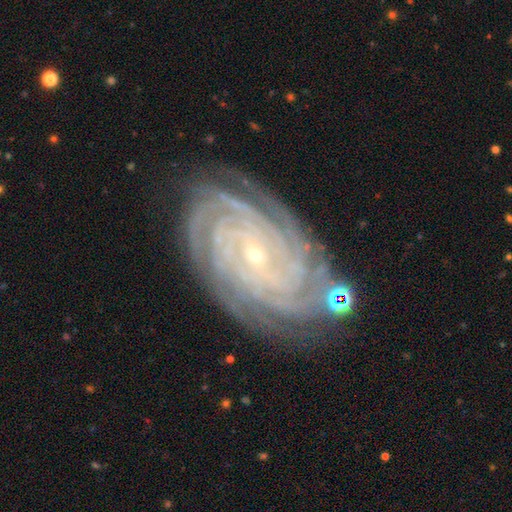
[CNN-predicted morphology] Overall: featured or disk (91%). Edge-on disk: no (97%). Bar: no (59%; weak 27%). Spiral arms: yes (99%). Spiral arm count: more than 4 (33%; 4 28%). Spiral winding: tight (88%). Bulge size: small (81%). Merging: none (81%).